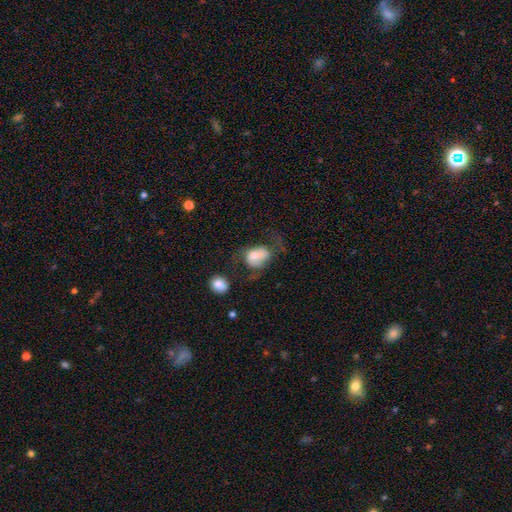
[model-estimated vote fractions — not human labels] smooth 62%, featured or disk 29%, star or artifact 9%. Down the decision tree: how rounded — in between (74%); merging — major disturbance (40%).